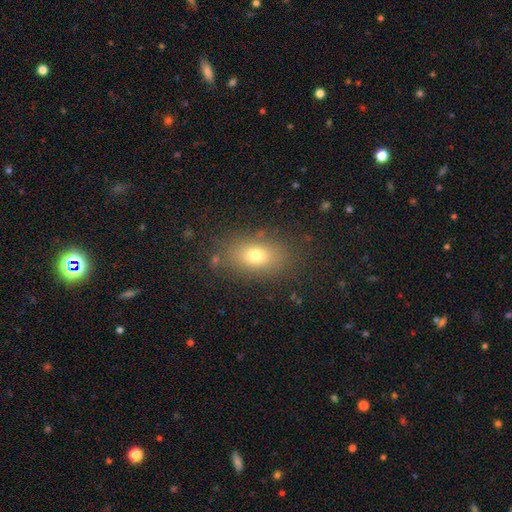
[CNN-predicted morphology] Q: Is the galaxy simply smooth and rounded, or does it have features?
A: smooth — 74%.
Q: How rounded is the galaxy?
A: in between — 83%.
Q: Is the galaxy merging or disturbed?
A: none — 82%.